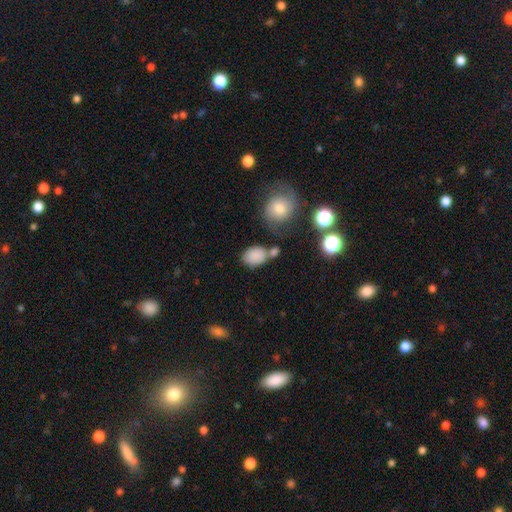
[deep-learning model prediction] Smooth or featured? smooth (84%)
How rounded? in between (74%)
Merging? none (58%)